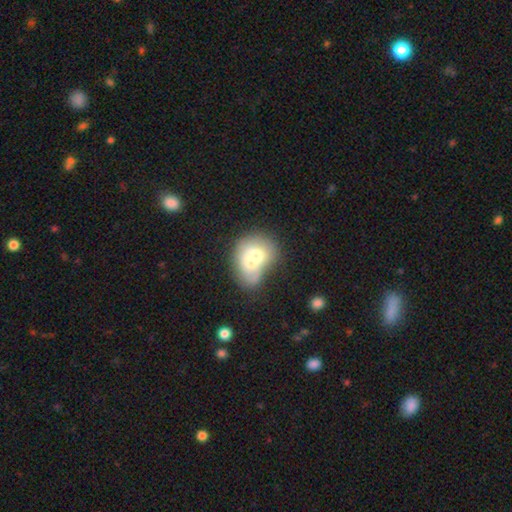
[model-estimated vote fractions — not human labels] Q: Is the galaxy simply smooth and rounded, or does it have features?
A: smooth — 62%.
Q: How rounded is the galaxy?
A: round — 52%.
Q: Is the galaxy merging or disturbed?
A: merger — 67%.